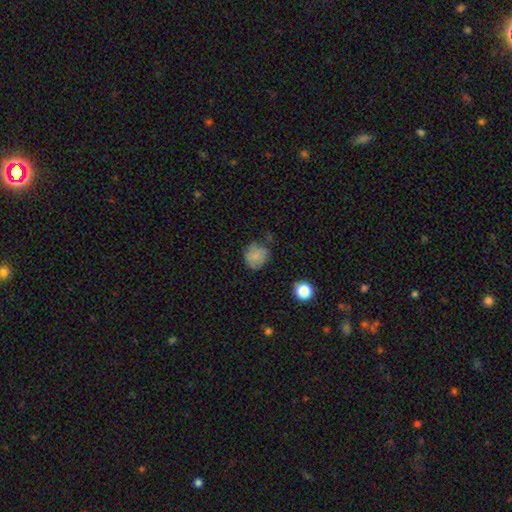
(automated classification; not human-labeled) Smooth or featured? smooth (81%)
How rounded? round (83%)
Merging? none (68%)